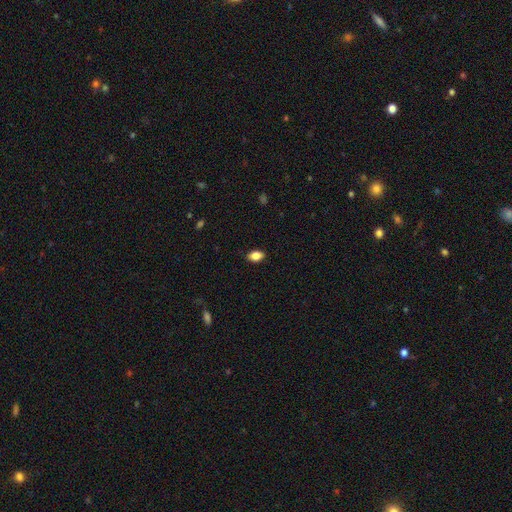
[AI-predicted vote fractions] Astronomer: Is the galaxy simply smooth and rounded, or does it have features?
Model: smooth — 84%.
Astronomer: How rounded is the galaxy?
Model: in between — 86%.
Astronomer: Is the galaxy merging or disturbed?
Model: none — 86%.